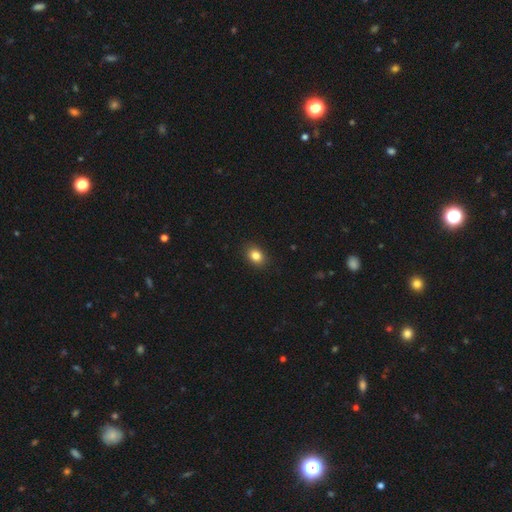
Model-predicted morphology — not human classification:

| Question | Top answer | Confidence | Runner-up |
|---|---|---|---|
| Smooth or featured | smooth | 85% | star or artifact (10%) |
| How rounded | in between | 65% | round (34%) |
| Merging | none | 89% | minor disturbance (8%) |